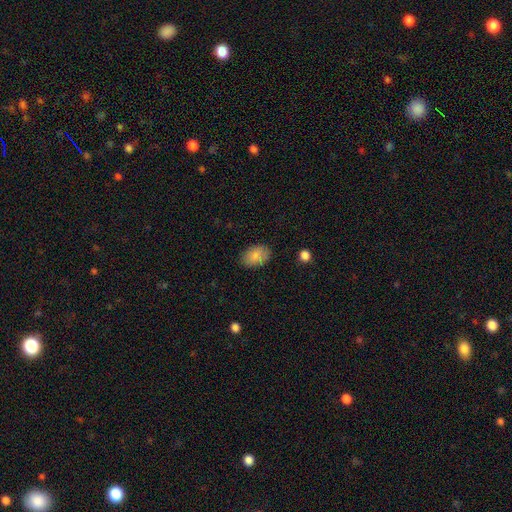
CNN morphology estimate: Q: Smooth or featured?
A: smooth (84%); runner-up: featured or disk (8%)
Q: How rounded?
A: in between (88%); runner-up: round (11%)
Q: Merging?
A: none (83%); runner-up: minor disturbance (13%)